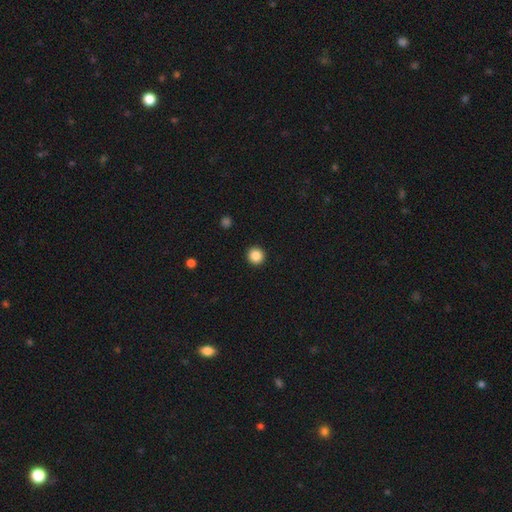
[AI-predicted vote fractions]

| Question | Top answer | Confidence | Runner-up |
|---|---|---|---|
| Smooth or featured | smooth | 87% | star or artifact (10%) |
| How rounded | round | 95% | in between (4%) |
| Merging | none | 93% | minor disturbance (4%) |